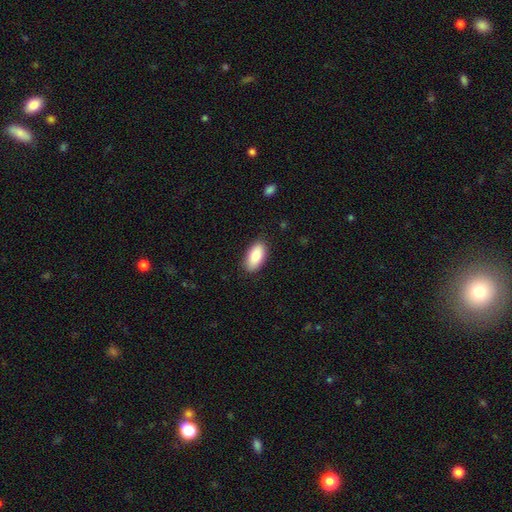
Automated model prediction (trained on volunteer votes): The model was most divided on "merging": none: 86%, minor disturbance: 10%, major disturbance: 2%, merger: 1%. More confident: how rounded — in between (92%); smooth or featured — smooth (88%).